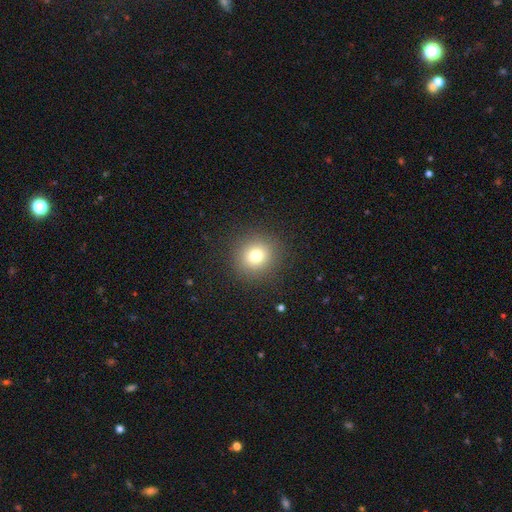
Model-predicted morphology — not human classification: Overall: smooth (77%). How rounded: round (90%). Merging: none (90%).